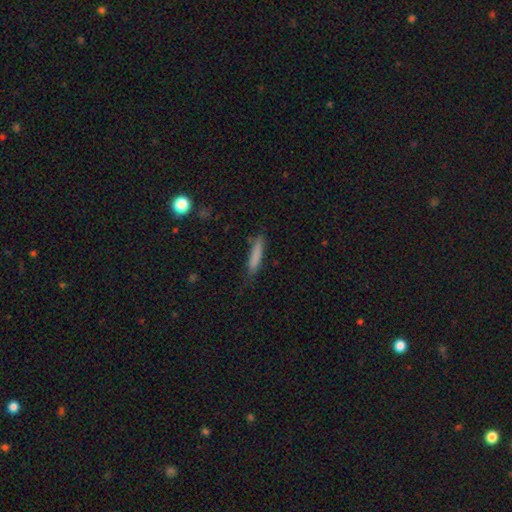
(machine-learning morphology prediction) Q: Smooth or featured?
A: smooth (81%); runner-up: featured or disk (12%)
Q: How rounded?
A: cigar-shaped (90%); runner-up: in between (9%)
Q: Merging?
A: none (78%); runner-up: minor disturbance (17%)